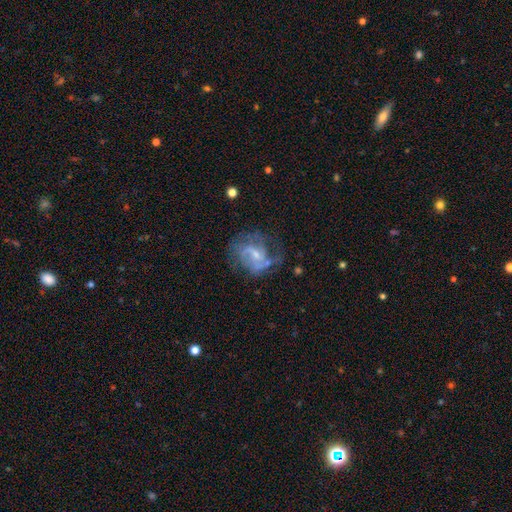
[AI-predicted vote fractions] The model was most divided on "bar": weak: 50%, no: 39%, strong: 11%. Remaining: edge-on disk — no (98%); spiral arms — yes (85%); smooth or featured — featured or disk (77%); bulge size — small (59%); spiral arm count — 2 (53%); merging — none (52%); spiral winding — medium (48%).